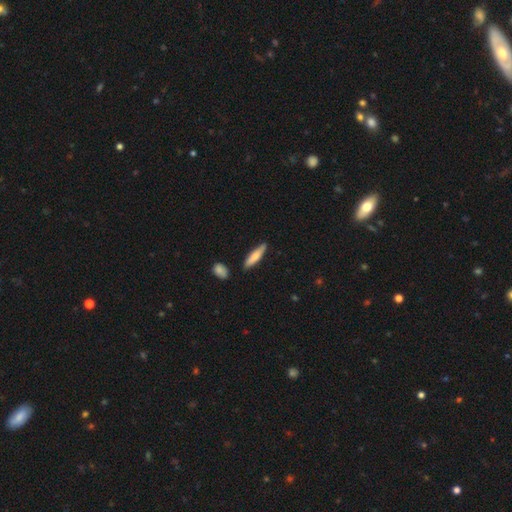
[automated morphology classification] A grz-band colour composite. It shows a smooth galaxy with no disk features (69%) that is cigar-shaped (79%). Merging: none (84%).